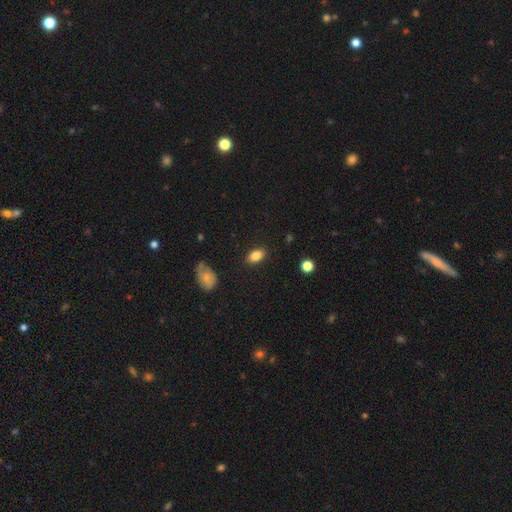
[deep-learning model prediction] Q: Smooth or featured?
A: smooth (84%); runner-up: star or artifact (8%)
Q: How rounded?
A: in between (89%); runner-up: round (8%)
Q: Merging?
A: none (86%); runner-up: minor disturbance (10%)